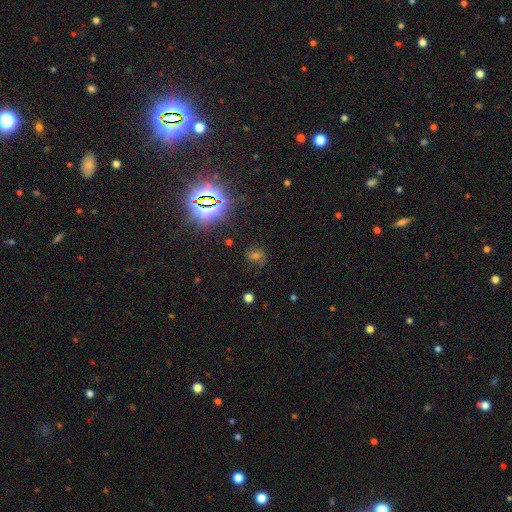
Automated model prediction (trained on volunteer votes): Overall: star or artifact (54%; smooth 29%).